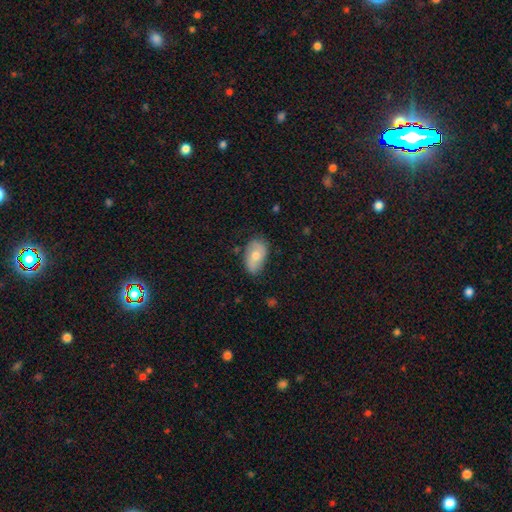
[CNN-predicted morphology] Smooth or featured? smooth (60%)
How rounded? in between (90%)
Merging? none (68%)